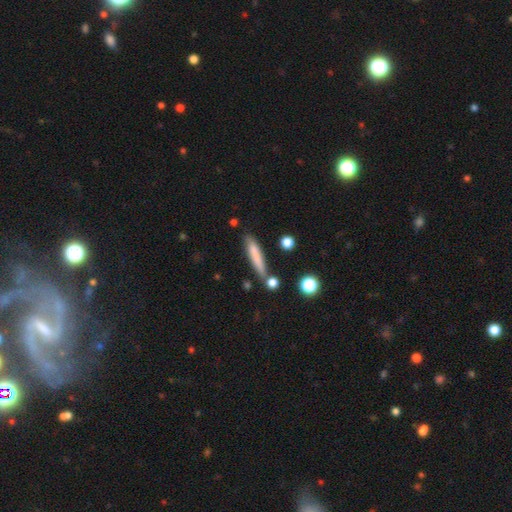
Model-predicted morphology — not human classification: Smooth or featured? Predicted: smooth (p=0.74). How rounded? Predicted: cigar-shaped (p=0.89). Merging? Predicted: none (p=0.74).